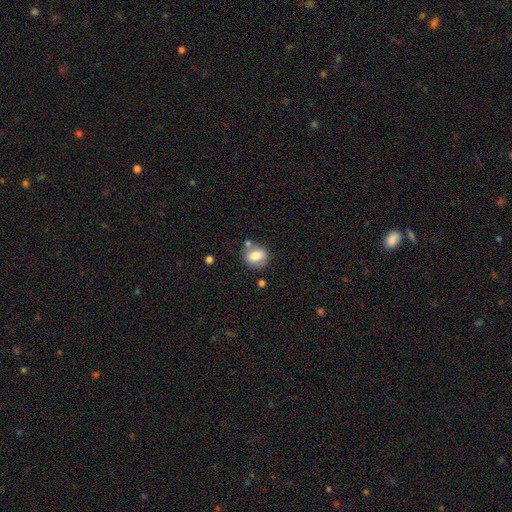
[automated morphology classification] A smooth galaxy with no disk features (75%) that is round (66%). Merging: none (69%).